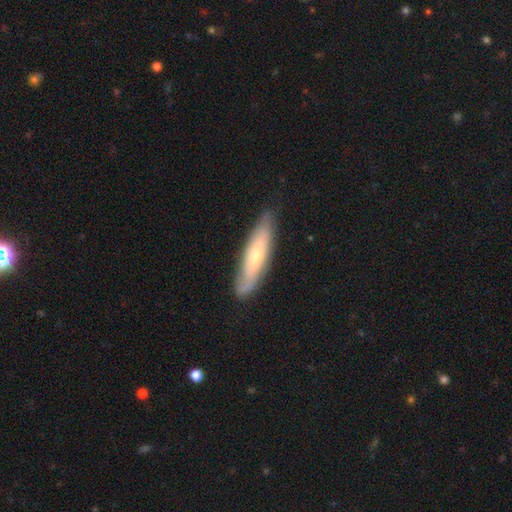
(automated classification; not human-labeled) Smooth or featured?
  - smooth: 52% *
  - featured or disk: 42%
  - star or artifact: 6%
How rounded?
  - cigar-shaped: 71% *
  - in between: 28%
  - round: 2%
Merging?
  - none: 80% *
  - minor disturbance: 16%
  - major disturbance: 3%
  - merger: 1%